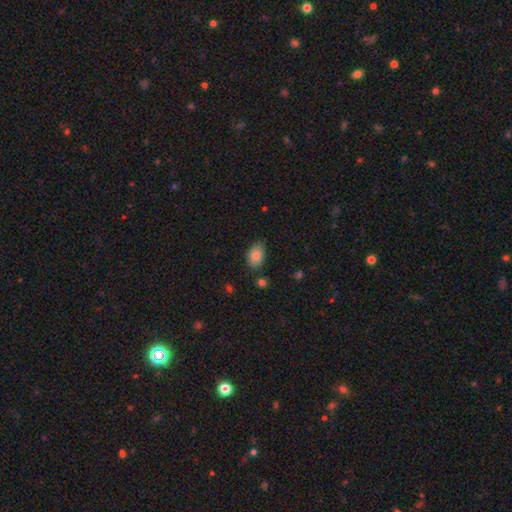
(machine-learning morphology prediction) Smooth or featured: smooth — 83% (featured or disk — 9%)
How rounded: in between — 86% (round — 12%)
Merging: none — 78% (minor disturbance — 16%)